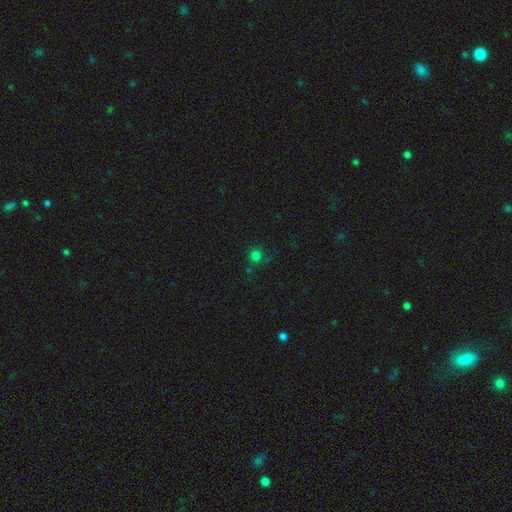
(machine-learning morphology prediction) A smooth galaxy with no disk features (74%) that is round (92%). Merging: none (74%).